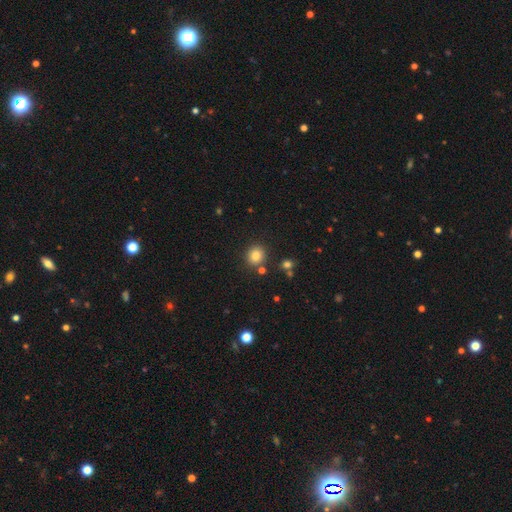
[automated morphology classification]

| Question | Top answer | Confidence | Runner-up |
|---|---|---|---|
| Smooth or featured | smooth | 81% | star or artifact (12%) |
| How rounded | round | 84% | in between (15%) |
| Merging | none | 84% | minor disturbance (8%) |